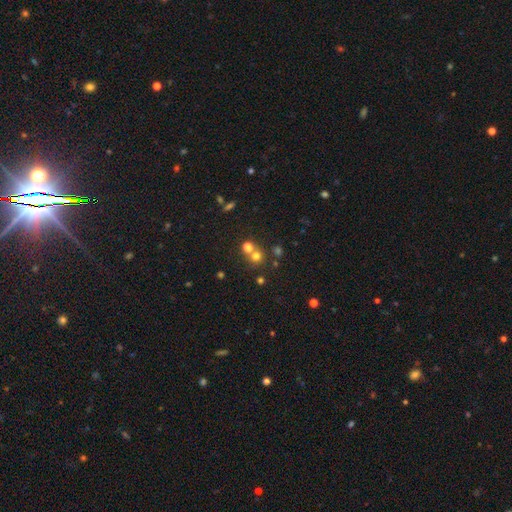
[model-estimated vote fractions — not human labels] Smooth or featured?
  - smooth: 67% *
  - star or artifact: 21%
  - featured or disk: 12%
How rounded?
  - round: 87% *
  - in between: 12%
  - cigar-shaped: 1%
Merging?
  - none: 50% *
  - merger: 42%
  - minor disturbance: 5%
  - major disturbance: 3%